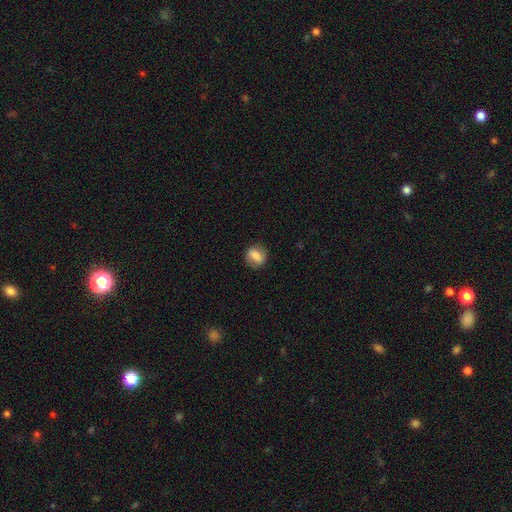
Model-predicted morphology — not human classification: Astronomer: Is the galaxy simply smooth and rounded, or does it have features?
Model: smooth — 73%.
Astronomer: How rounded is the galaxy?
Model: round — 52% (runner-up: in between, 46%).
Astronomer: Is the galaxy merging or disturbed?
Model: none — 81%.